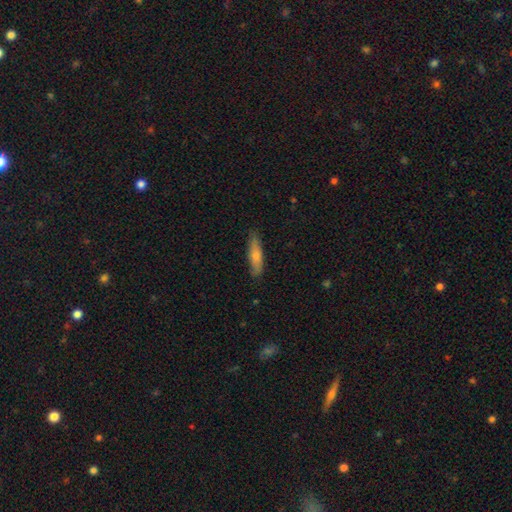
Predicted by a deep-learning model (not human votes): smooth 63%, featured or disk 30%, star or artifact 6%. Down the decision tree: how rounded — cigar-shaped (78%); merging — none (85%).